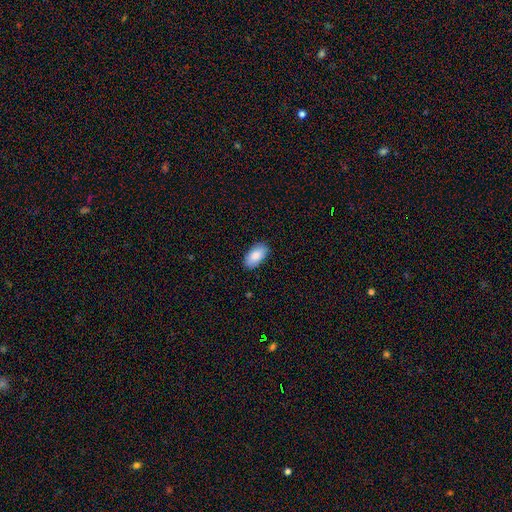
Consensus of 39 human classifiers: Smooth or featured: smooth — 90% (star or artifact — 10%)
How rounded: in between — 97% (cigar-shaped — 3%)
Merging: none — 91% (minor disturbance — 3%)